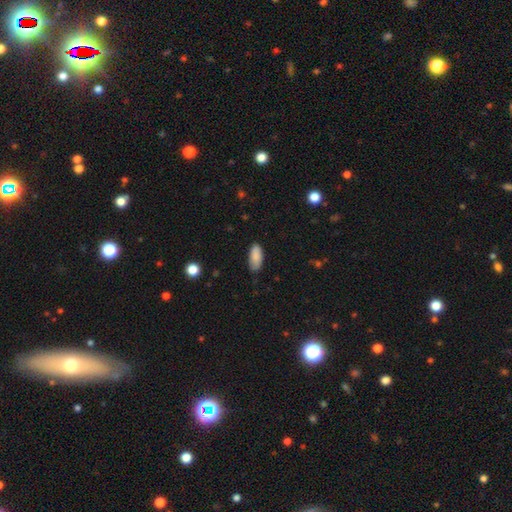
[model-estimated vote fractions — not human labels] smooth-or-featured: smooth: 88% | star or artifact: 7% | featured or disk: 5%
  how-rounded: in between: 86% | cigar-shaped: 12% | round: 2%
  merging: none: 78% | minor disturbance: 18% | major disturbance: 3% | merger: 1%